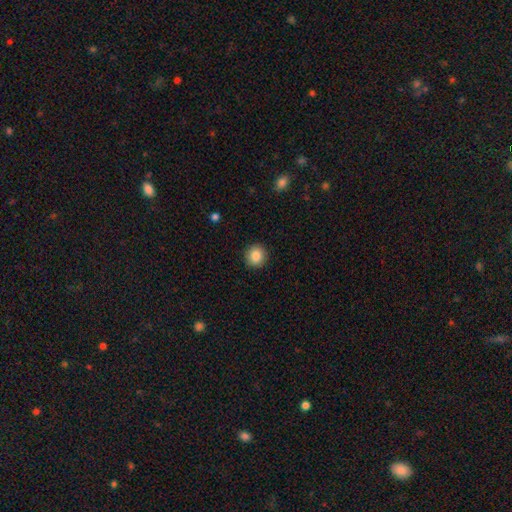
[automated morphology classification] This is clearly a smooth galaxy (86%). How rounded: clearly round (92%). Merging: clearly none (92%).